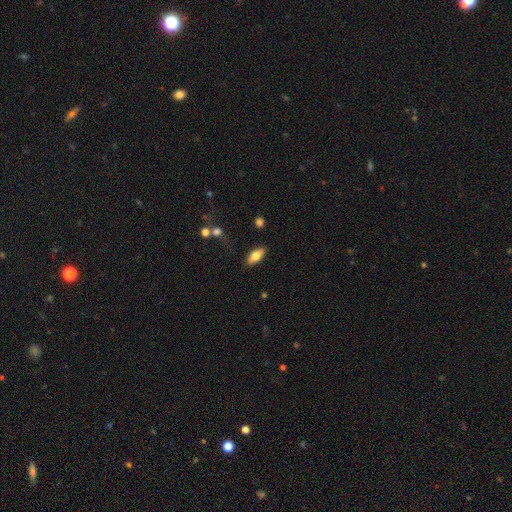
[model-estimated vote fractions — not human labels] smooth_or_featured: smooth (p=0.70) [alt: featured or disk p=0.23]
how_rounded: in between (p=0.84) [alt: cigar-shaped p=0.13]
merging: none (p=0.85) [alt: minor disturbance p=0.11]